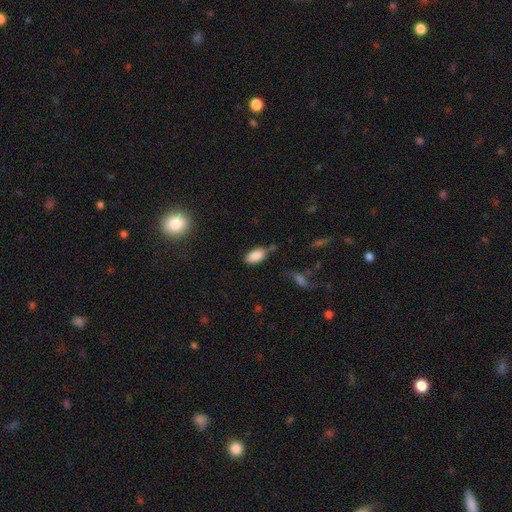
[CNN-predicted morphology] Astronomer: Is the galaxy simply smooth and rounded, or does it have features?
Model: smooth — 87%.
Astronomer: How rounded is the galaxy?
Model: in between — 93%.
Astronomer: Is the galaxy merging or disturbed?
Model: none — 67%.